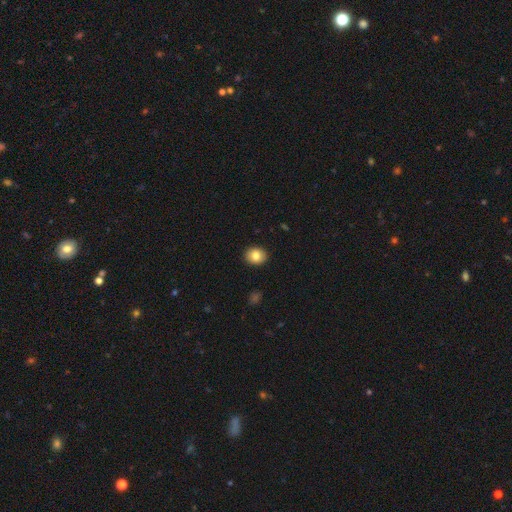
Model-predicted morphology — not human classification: Overall: smooth (84%). How rounded: round (58%; in between 41%). Merging: none (91%).